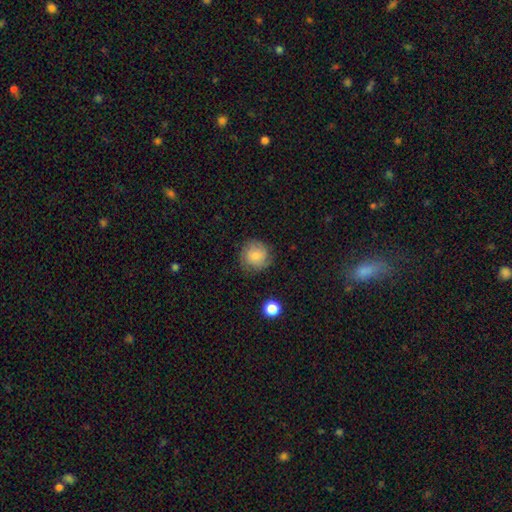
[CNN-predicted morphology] This appears to be a smooth galaxy with no disk features (68%) that is round (91%). Merging: none (78%).